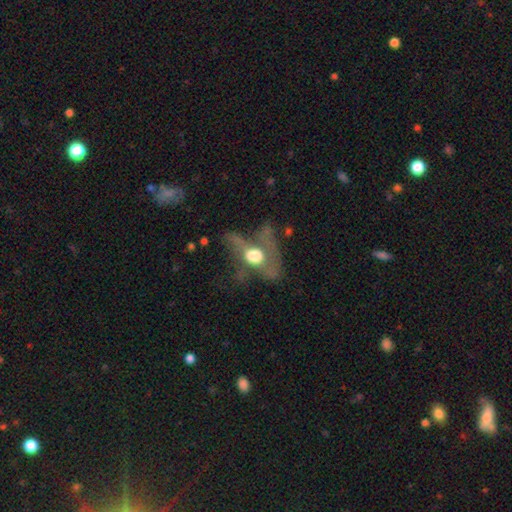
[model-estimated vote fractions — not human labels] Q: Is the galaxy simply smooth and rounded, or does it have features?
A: featured or disk — 51%.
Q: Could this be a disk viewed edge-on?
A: no — 73%.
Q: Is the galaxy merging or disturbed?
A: major disturbance — 53%.